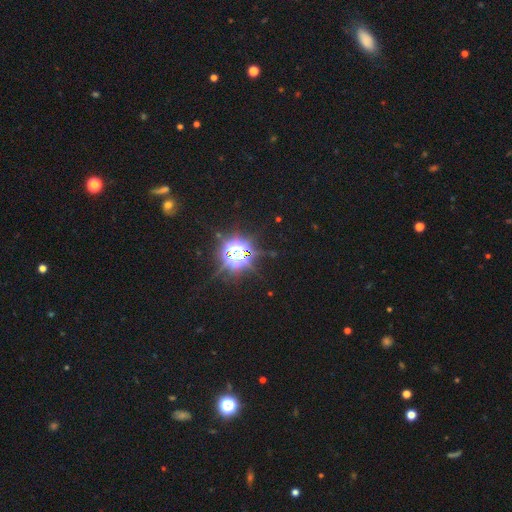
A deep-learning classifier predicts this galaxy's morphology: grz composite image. It shows a star or artifact, not a galaxy (83%).